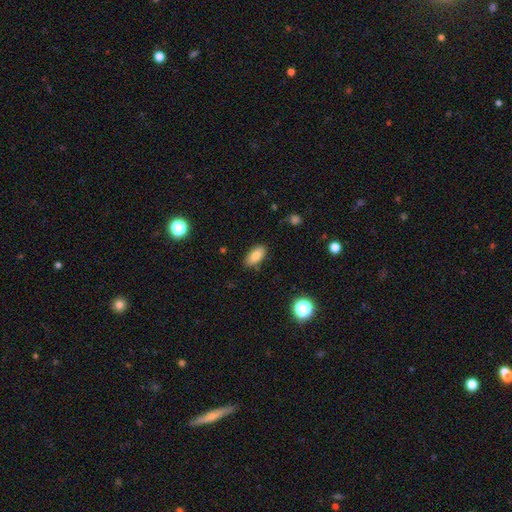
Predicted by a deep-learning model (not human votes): A smooth galaxy with no disk features (82%) that is in between round and cigar-shaped (90%). Merging: none (84%).